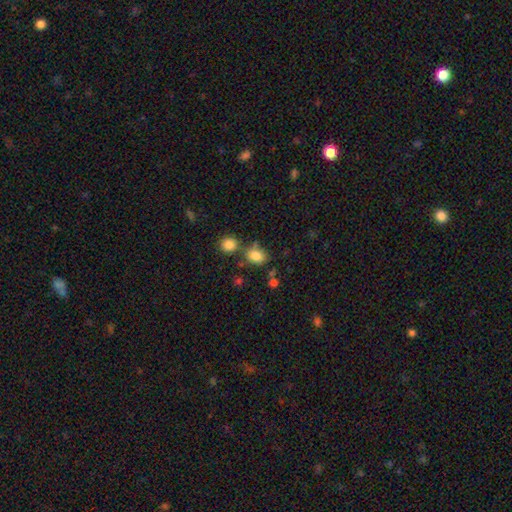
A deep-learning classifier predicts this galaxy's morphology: The model was most divided on "how rounded": in between: 54%, round: 44%, cigar-shaped: 1%. More confident: smooth or featured — smooth (81%); merging — none (61%).